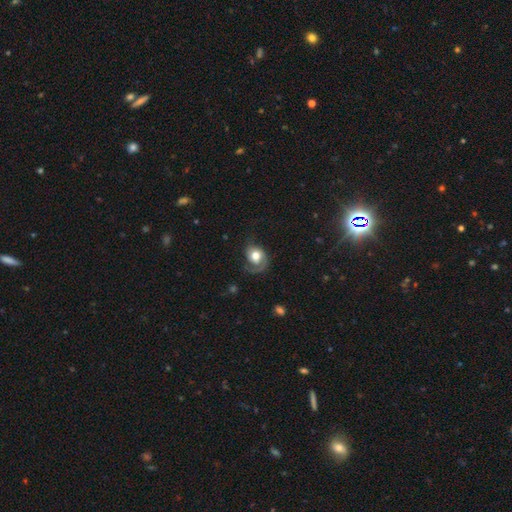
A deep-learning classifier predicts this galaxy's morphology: Smooth or featured? Predicted: featured or disk (p=0.54). Edge-on disk? Predicted: no (p=0.97). Bar? Predicted: no (p=0.75). Spiral arms? Predicted: yes (p=0.85). Bulge size? Predicted: moderate (p=0.51). Merging? Predicted: none (p=0.47).